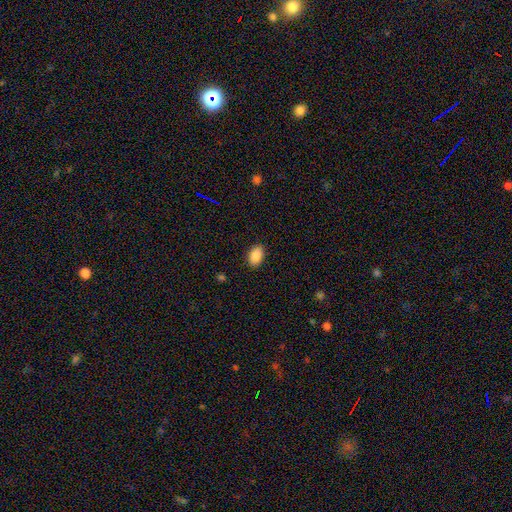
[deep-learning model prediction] smooth_or_featured: smooth (p=0.89) [alt: star or artifact p=0.08]
how_rounded: in between (p=0.90) [alt: round p=0.08]
merging: none (p=0.87) [alt: minor disturbance p=0.09]